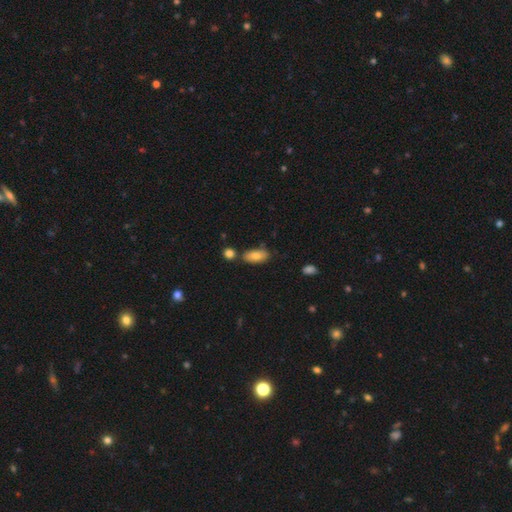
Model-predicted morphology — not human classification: Smooth or featured: smooth — 76% (featured or disk — 16%)
How rounded: in between — 88% (cigar-shaped — 8%)
Merging: none — 72% (minor disturbance — 15%)